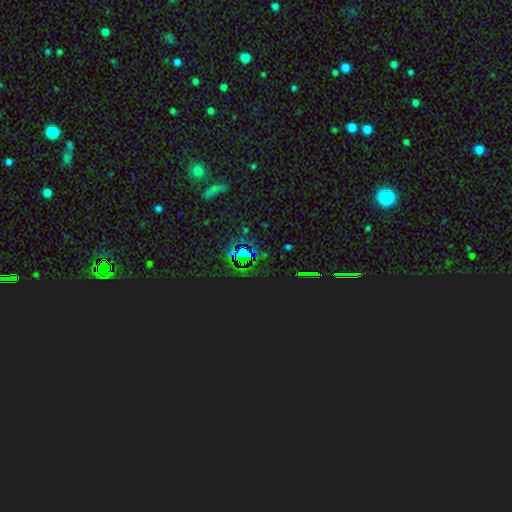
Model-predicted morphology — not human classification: type=star or artifact (83%).